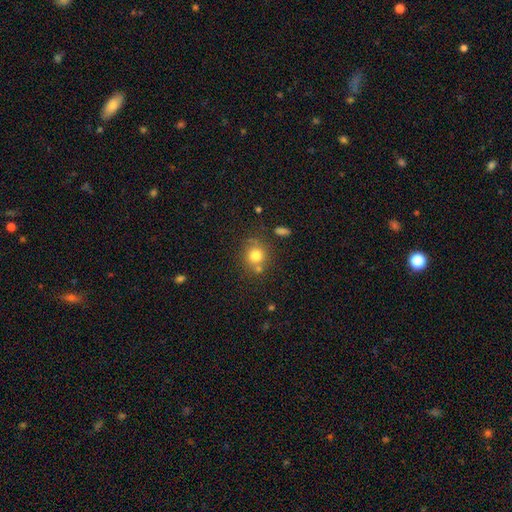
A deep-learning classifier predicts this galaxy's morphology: Smooth or featured: smooth — 78% (star or artifact — 12%)
How rounded: round — 84% (in between — 15%)
Merging: none — 67% (merger — 15%)